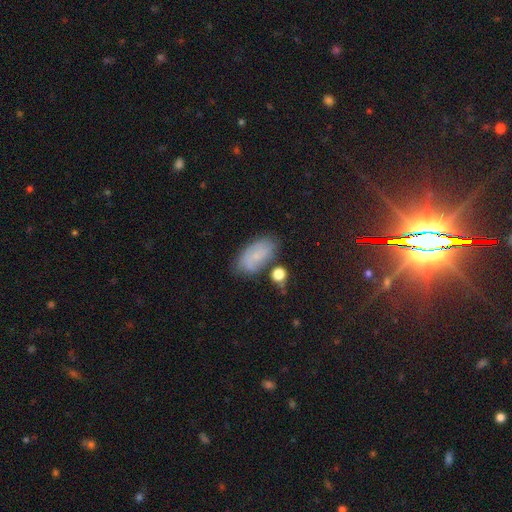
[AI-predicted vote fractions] Smooth or featured: smooth — 55% (featured or disk — 32%)
How rounded: in between — 91% (round — 6%)
Merging: none — 67% (minor disturbance — 20%)